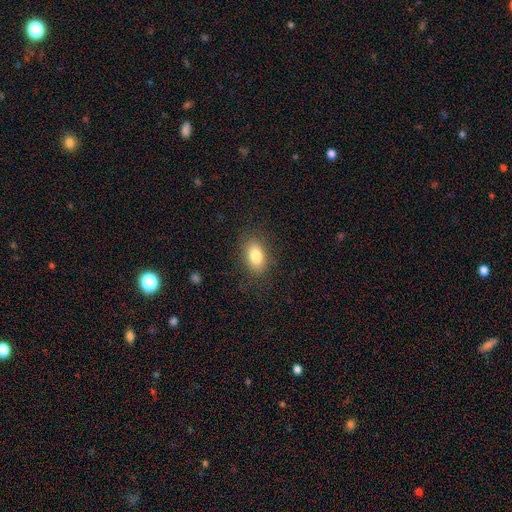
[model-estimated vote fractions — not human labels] Q: Smooth or featured?
A: smooth (82%); runner-up: featured or disk (10%)
Q: How rounded?
A: in between (89%); runner-up: round (9%)
Q: Merging?
A: none (84%); runner-up: minor disturbance (11%)